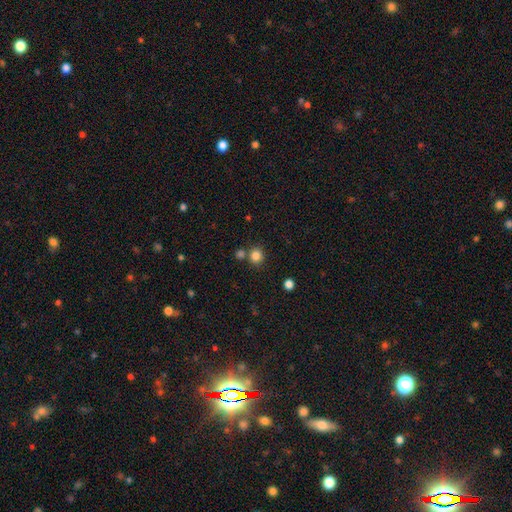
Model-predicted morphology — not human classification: Smooth or featured? smooth (83%)
How rounded? round (90%)
Merging? none (74%)